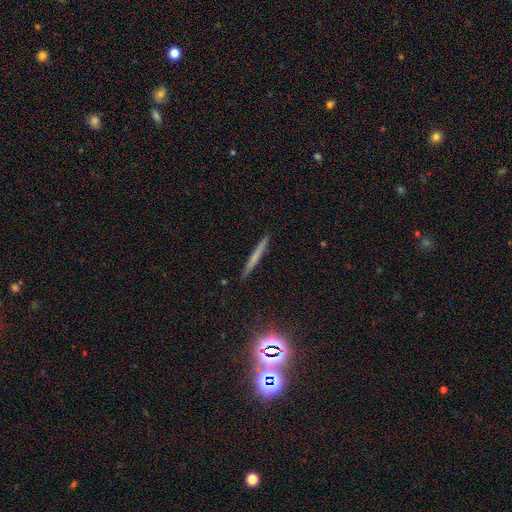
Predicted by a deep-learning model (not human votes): A smooth galaxy with no disk features (52%) that is cigar-shaped (96%). Merging: none (91%).